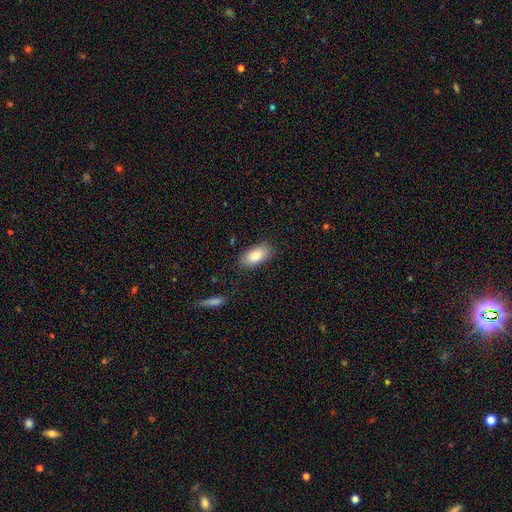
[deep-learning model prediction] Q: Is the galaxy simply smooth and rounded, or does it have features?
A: smooth — 81%.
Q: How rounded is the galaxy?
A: in between — 91%.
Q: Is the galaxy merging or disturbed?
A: none — 84%.